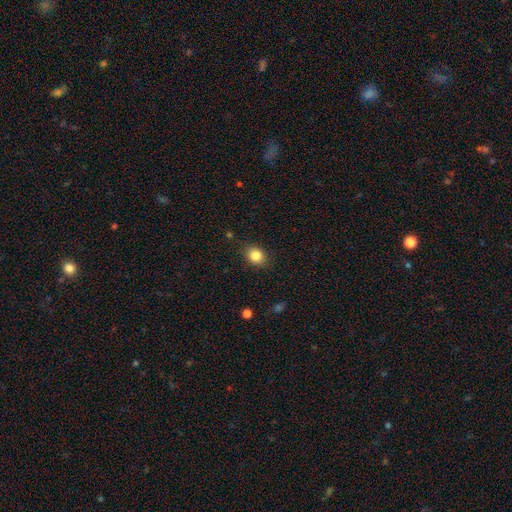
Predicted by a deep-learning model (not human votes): This appears to be a smooth galaxy with no disk features (84%) that is round (56%). Merging: none (86%).